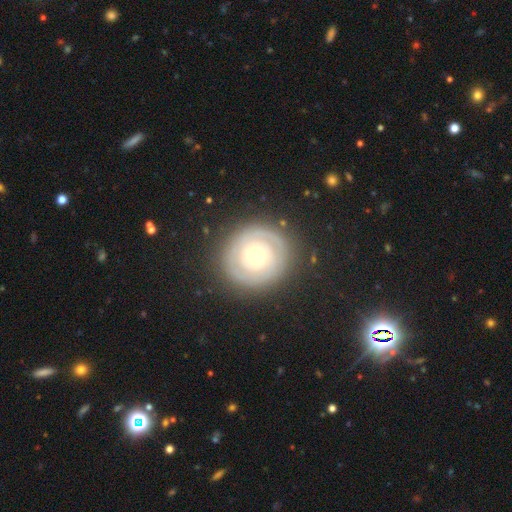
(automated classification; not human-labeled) Smooth or featured? featured or disk (66%)
Edge-on disk? no (97%)
Bar? no (86%)
Spiral arms? yes (66%)
Bulge size? small (61%)
Merging? none (83%)